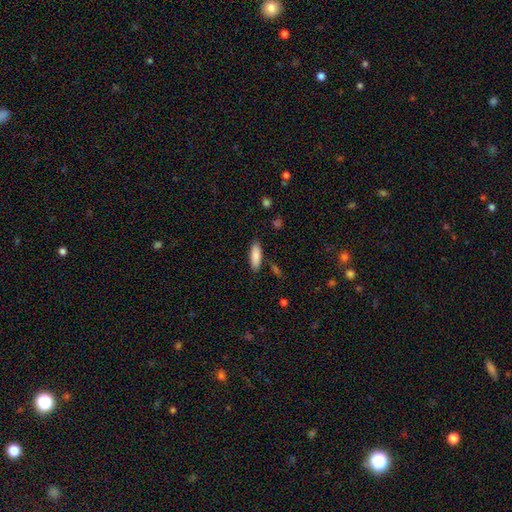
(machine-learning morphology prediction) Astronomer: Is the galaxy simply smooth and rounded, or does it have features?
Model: smooth — 87%.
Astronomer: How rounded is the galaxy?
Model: in between — 63%.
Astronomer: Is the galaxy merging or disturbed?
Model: none — 84%.